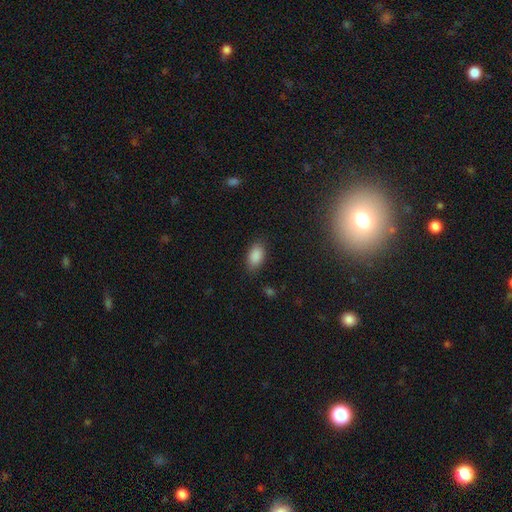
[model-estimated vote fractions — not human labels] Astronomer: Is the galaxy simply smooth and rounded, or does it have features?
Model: smooth — 88%.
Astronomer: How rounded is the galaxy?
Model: in between — 92%.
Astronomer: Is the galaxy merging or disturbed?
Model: none — 82%.